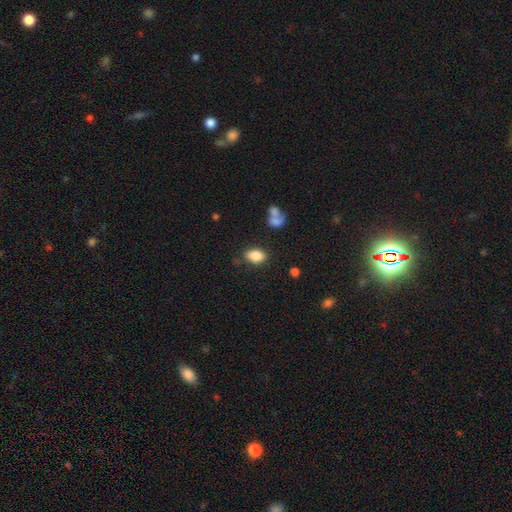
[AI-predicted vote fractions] Morphology: type=smooth (84%); roundness=in between (88%); merging=none (80%).